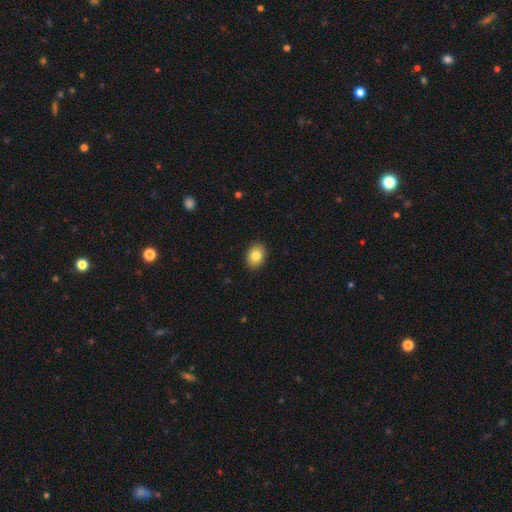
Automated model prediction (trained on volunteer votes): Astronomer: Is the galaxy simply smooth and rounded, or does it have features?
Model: smooth — 82%.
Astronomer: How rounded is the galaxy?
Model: in between — 68%.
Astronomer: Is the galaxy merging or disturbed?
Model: none — 90%.